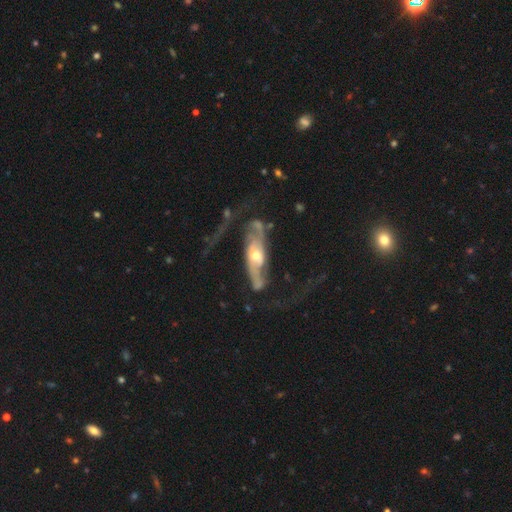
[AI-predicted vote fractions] A featured or disk galaxy (81%) with no bar (59%), 2 (75%) loose (47%) spiral arms (89%) and a moderate central bulge (65%). Merging: none (40%).